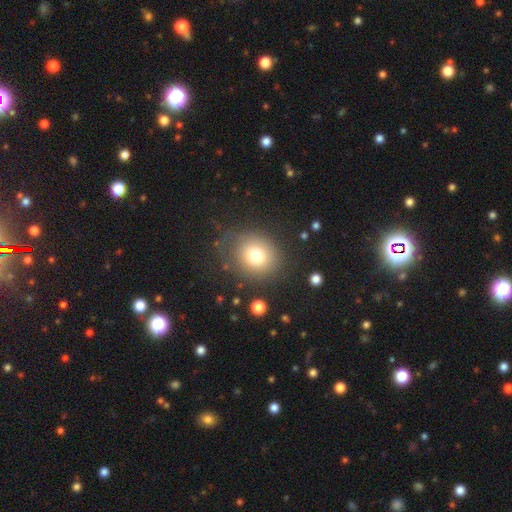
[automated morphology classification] This is likely a smooth galaxy (74%). How rounded: likely round (77%). Merging: likely none (76%).